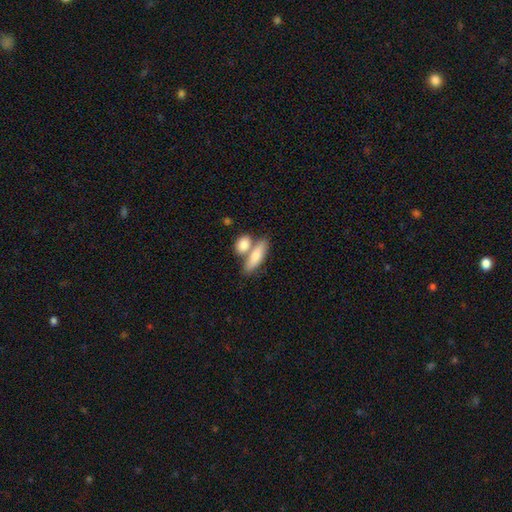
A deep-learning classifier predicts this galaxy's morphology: Overall: smooth (75%). How rounded: in between (58%; cigar-shaped 36%). Merging: none (45%; merger 41%).